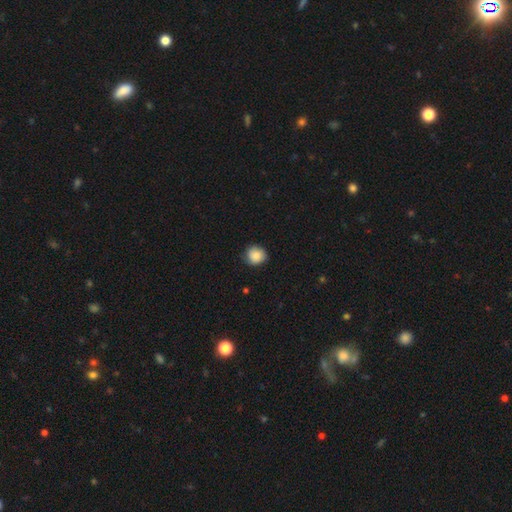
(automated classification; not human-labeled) A smooth galaxy with no disk features (85%) that is round (87%). Merging: none (78%).